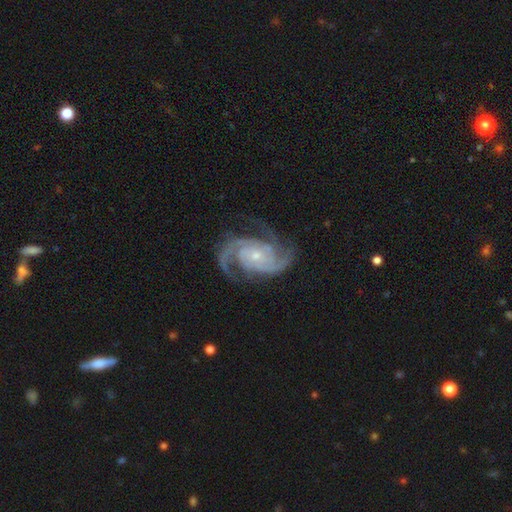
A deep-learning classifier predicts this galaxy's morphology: A featured or disk galaxy (93%) with no bar (68%), 2 (43%) medium (48%) spiral arms (99%) and a small central bulge (74%).

Vote fractions:
- Smooth or featured? featured or disk: 93% / star or artifact: 4% / smooth: 2%
- Edge-on disk? no: 98% / yes: 2%
- Bar? no: 68% / weak: 23% / strong: 10%
- Spiral arms? yes: 99% / no: 1%
- Spiral winding? medium: 48% / tight: 45% / loose: 7%
- Spiral arm count? 2: 43% / 3: 36% / 4: 7% / can't tell: 6% / more than 4: 4% / 1: 4%
- Bulge size? small: 74% / moderate: 21% / none: 2% / large: 1% / dominant: 1%
- Merging? none: 75% / minor disturbance: 16% / major disturbance: 8% / merger: 1%